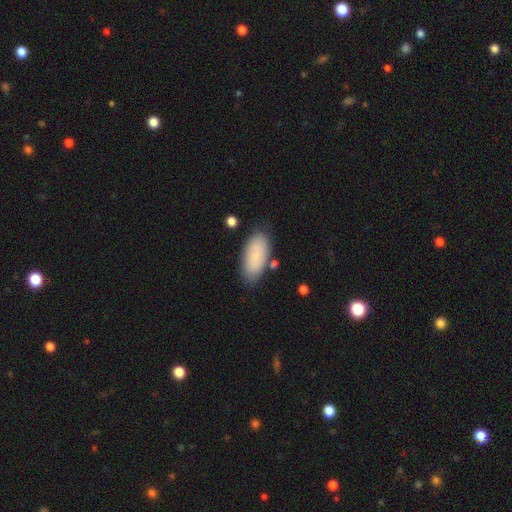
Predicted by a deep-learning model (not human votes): The model was most divided on "merging": none: 79%, minor disturbance: 14%, merger: 4%, major disturbance: 3%. More confident: how rounded — in between (88%); smooth or featured — smooth (81%).